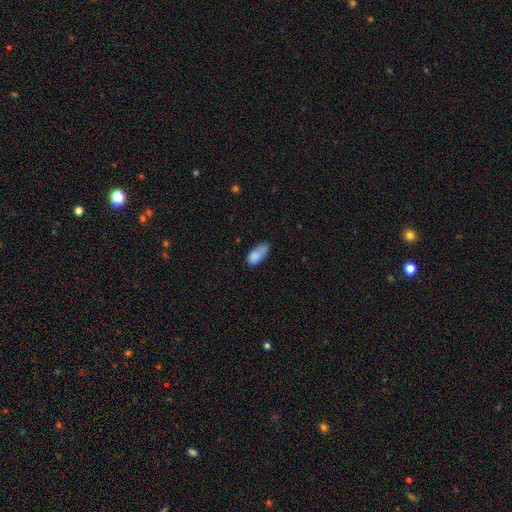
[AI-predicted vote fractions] This is likely a smooth galaxy (79%). How rounded: clearly in between (87%). Merging: marginally none (37%).